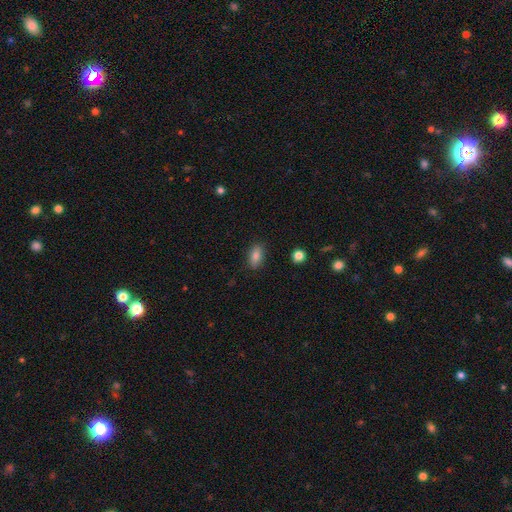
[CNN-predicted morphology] smooth 83%, featured or disk 8%, star or artifact 8%. Down the decision tree: how rounded — in between (85%); merging — none (86%).